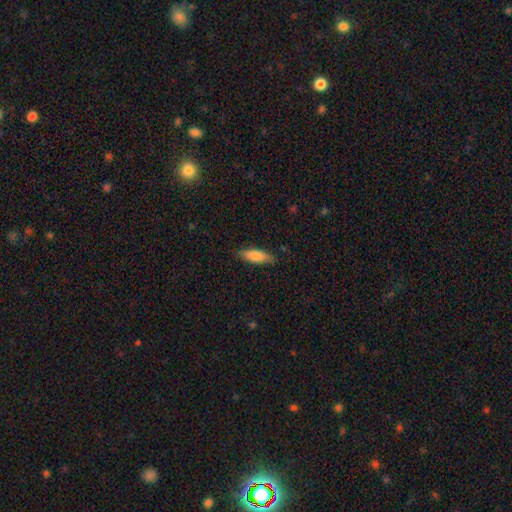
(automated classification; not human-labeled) This appears to be a smooth galaxy with no disk features (81%) that is cigar-shaped (50%). Merging: none (84%).